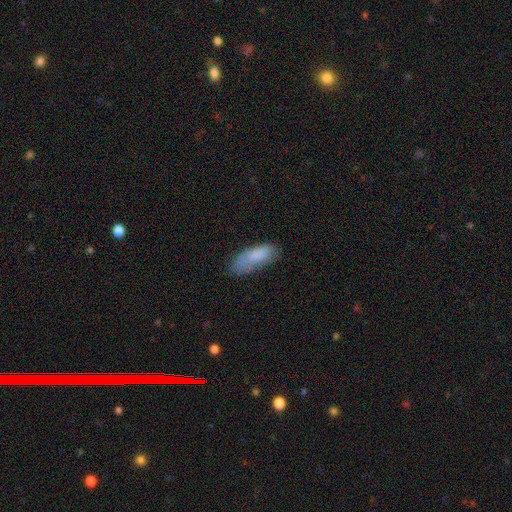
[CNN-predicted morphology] smooth_or_featured: smooth (p=0.78) [alt: featured or disk p=0.14]
how_rounded: in between (p=0.71) [alt: cigar-shaped p=0.27]
merging: none (p=0.51) [alt: minor disturbance p=0.32]